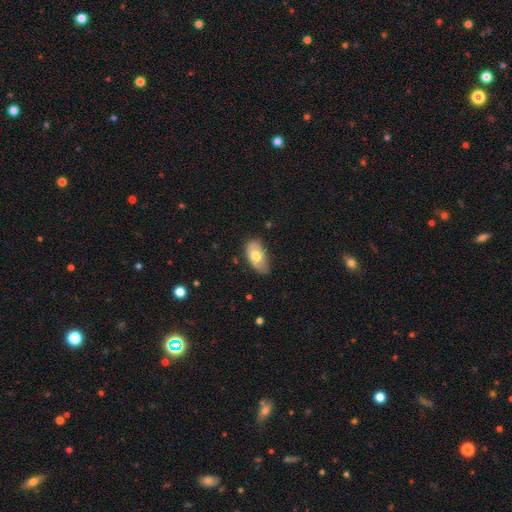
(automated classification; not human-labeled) The model was most divided on "merging": none: 61%, minor disturbance: 31%, major disturbance: 6%, merger: 2%. More confident: how rounded — in between (93%); smooth or featured — smooth (67%).